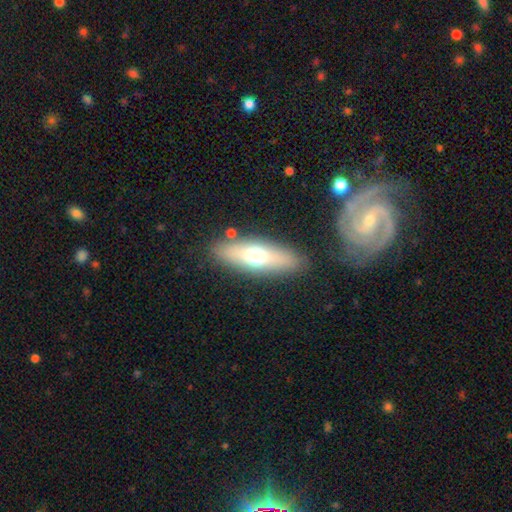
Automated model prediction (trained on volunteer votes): A smooth galaxy with no disk features (59%) that is in between round and cigar-shaped (57%).

Vote fractions:
- Smooth or featured? smooth: 59% / featured or disk: 32% / star or artifact: 9%
- How rounded? in between: 57% / cigar-shaped: 39% / round: 4%
- Merging? none: 84% / minor disturbance: 10% / major disturbance: 4% / merger: 3%